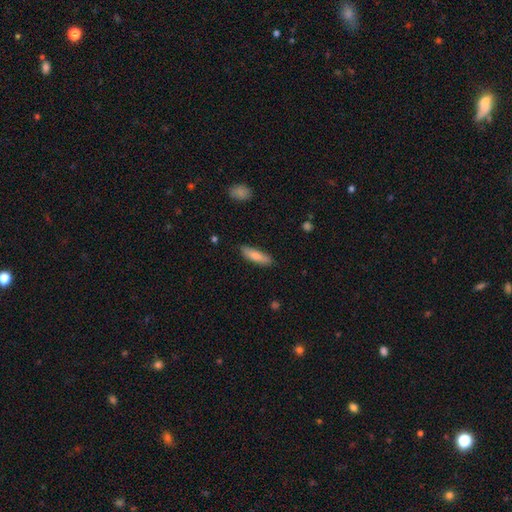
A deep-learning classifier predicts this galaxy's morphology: Overall: smooth (79%). How rounded: cigar-shaped (55%; in between 43%). Merging: none (83%).